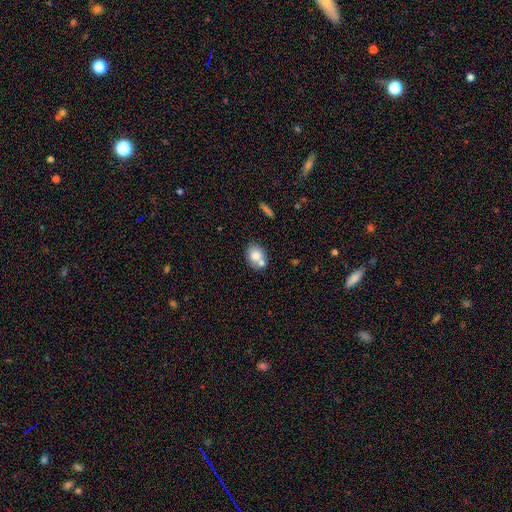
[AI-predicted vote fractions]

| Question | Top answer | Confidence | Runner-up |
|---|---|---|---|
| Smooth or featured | smooth | 72% | featured or disk (19%) |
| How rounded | round | 54% | in between (45%) |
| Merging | none | 50% | merger (35%) |